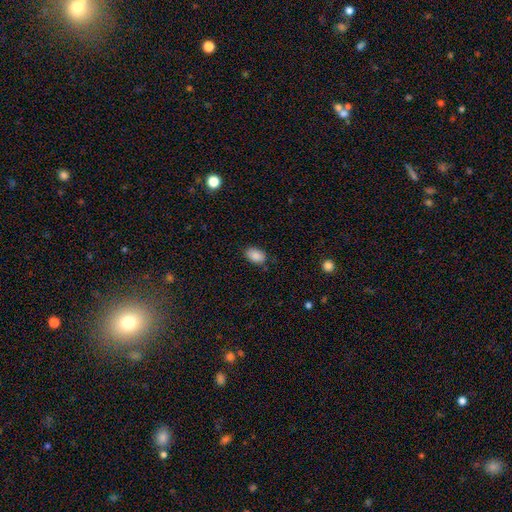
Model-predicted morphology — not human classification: This appears to be a smooth galaxy with no disk features (88%) that is in between round and cigar-shaped (90%). Merging: none (83%).